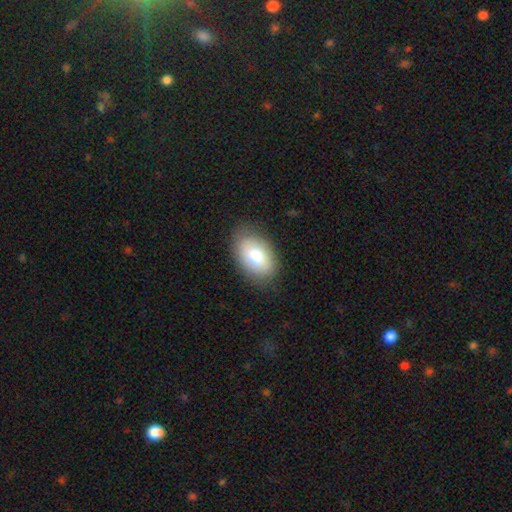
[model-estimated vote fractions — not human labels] This is likely a smooth galaxy (78%). How rounded: clearly in between (91%). Merging: clearly none (82%).